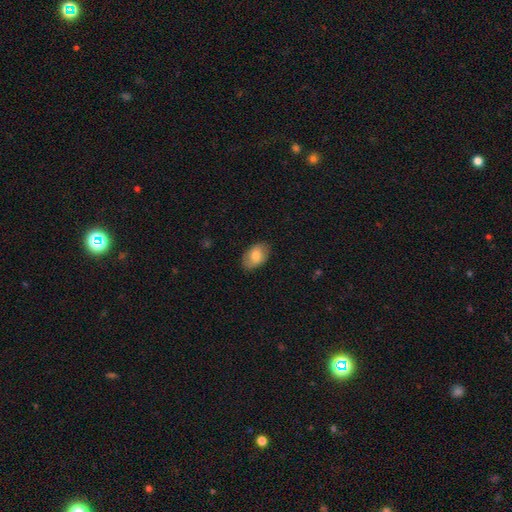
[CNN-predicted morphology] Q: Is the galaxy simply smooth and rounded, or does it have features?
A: smooth — 73%.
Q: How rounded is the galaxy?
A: in between — 89%.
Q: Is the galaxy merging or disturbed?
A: none — 84%.